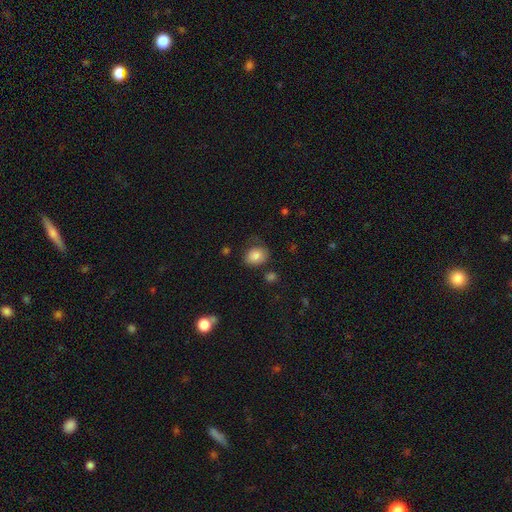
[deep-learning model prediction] The model was most divided on "how rounded": in between: 53%, round: 46%, cigar-shaped: 1%. More confident: smooth or featured — smooth (81%); merging — none (61%).